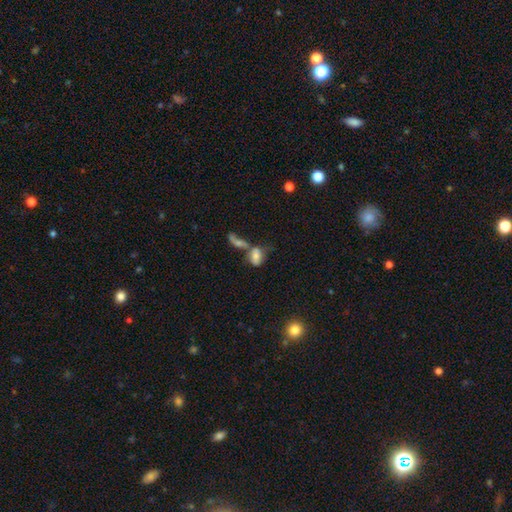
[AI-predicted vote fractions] Smooth or featured?
  - smooth: 63% *
  - featured or disk: 26%
  - star or artifact: 11%
How rounded?
  - in between: 79% *
  - round: 17%
  - cigar-shaped: 4%
Merging?
  - merger: 57% *
  - none: 22%
  - minor disturbance: 11%
  - major disturbance: 11%